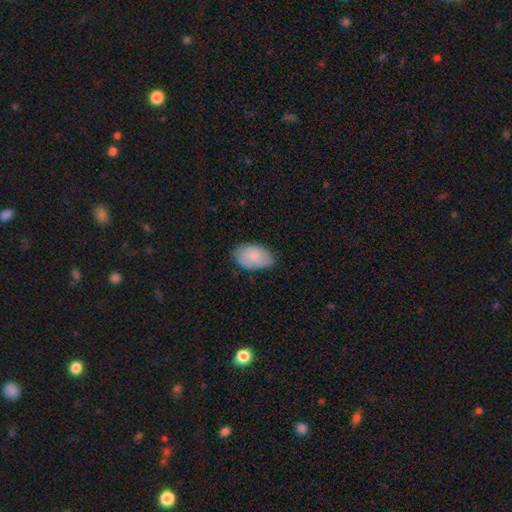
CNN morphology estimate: Smooth or featured?
  - smooth: 83% *
  - featured or disk: 11%
  - star or artifact: 6%
How rounded?
  - in between: 93% *
  - round: 6%
  - cigar-shaped: 1%
Merging?
  - none: 66% *
  - minor disturbance: 28%
  - major disturbance: 5%
  - merger: 1%